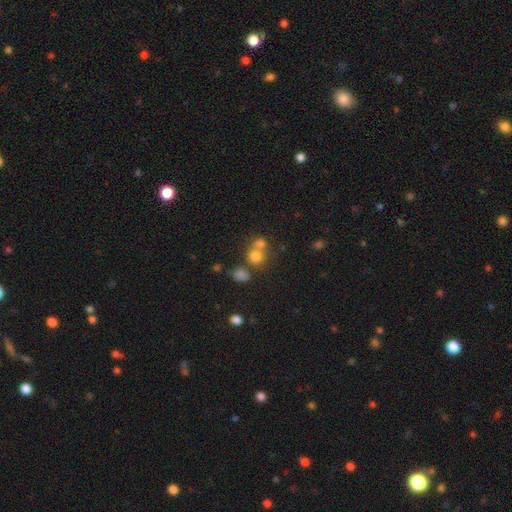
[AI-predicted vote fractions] Smooth or featured: smooth — 74% (star or artifact — 15%)
How rounded: round — 82% (in between — 17%)
Merging: none — 45% (merger — 43%)